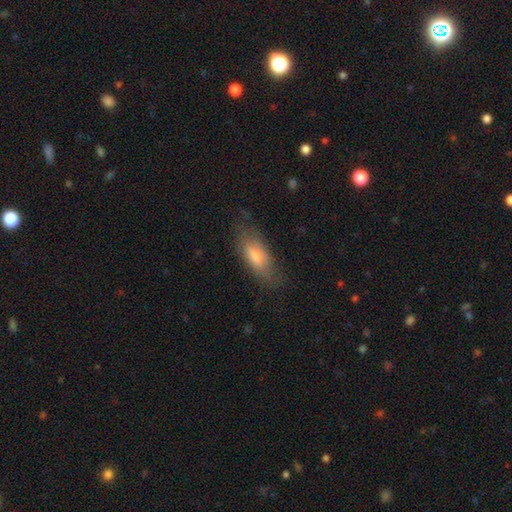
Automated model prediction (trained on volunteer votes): This is likely a smooth galaxy (68%). How rounded: likely in between (71%). Merging: likely none (72%).